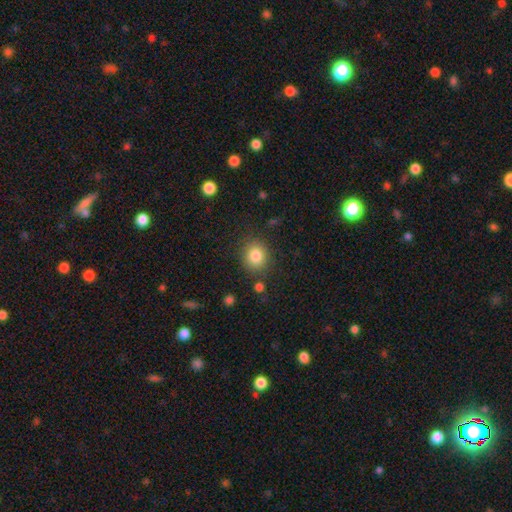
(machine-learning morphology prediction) This is clearly a smooth galaxy (83%). How rounded: likely round (77%). Merging: clearly none (84%).